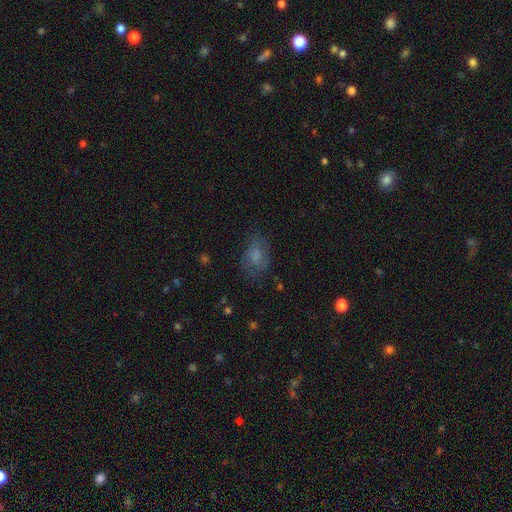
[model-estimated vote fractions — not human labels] smooth 60%, featured or disk 27%, star or artifact 13%. Down the decision tree: how rounded — in between (79%); merging — none (61%).